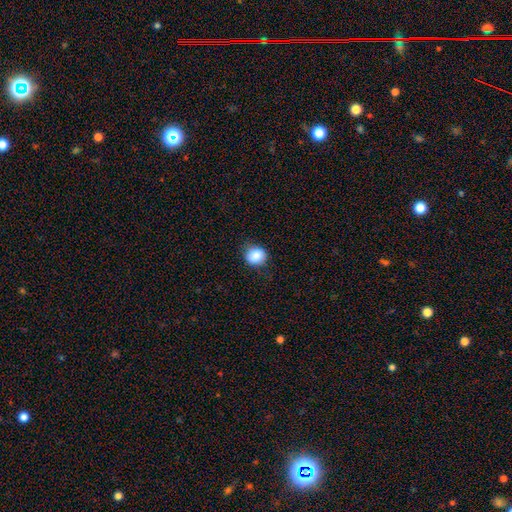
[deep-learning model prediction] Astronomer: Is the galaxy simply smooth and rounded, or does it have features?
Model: smooth — 86%.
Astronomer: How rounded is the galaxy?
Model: round — 77%.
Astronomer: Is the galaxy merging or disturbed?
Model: none — 78%.